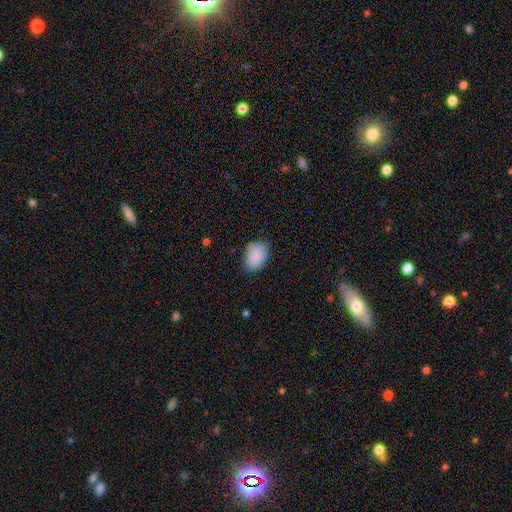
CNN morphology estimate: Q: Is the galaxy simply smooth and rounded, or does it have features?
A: smooth — 88%.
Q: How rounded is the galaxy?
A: in between — 83%.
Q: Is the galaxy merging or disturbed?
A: none — 77%.